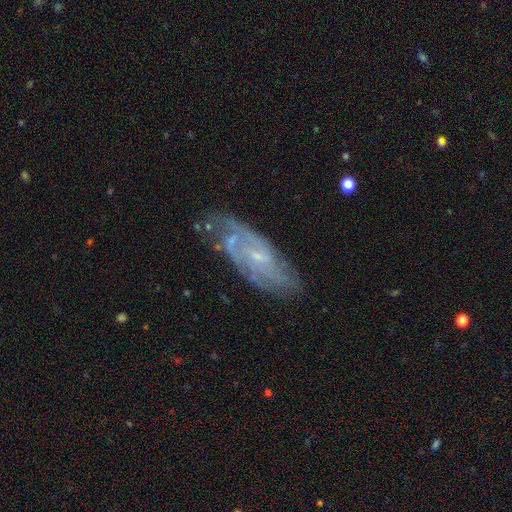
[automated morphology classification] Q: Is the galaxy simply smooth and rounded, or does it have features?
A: featured or disk — 78%.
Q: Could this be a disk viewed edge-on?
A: no — 88%.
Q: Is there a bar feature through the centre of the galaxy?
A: no — 59%.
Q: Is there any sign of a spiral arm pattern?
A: yes — 88%.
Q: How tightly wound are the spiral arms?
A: tight — 47%.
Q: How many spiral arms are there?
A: can't tell — 44%.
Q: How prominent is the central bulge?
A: small — 75%.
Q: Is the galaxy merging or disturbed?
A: none — 68%.